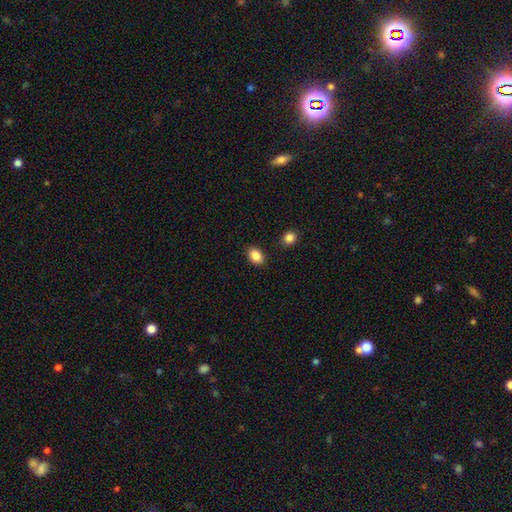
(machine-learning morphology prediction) This is clearly a smooth galaxy (88%). How rounded: likely in between (78%). Merging: clearly none (87%).